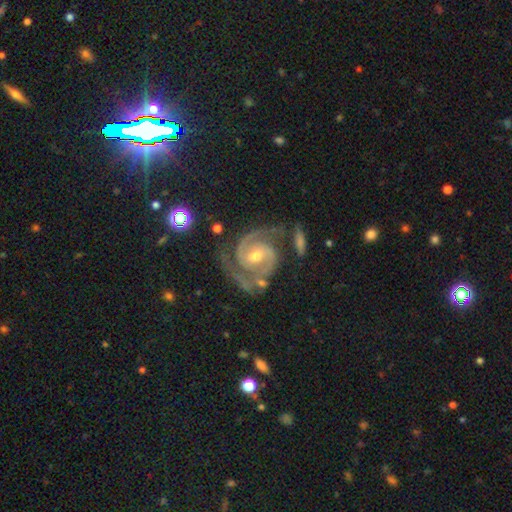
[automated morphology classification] Smooth or featured? Predicted: featured or disk (p=0.92). Edge-on disk? Predicted: no (p=0.98). Bar? Predicted: no (p=0.43). Spiral arms? Predicted: yes (p=0.99). Spiral winding? Predicted: tight (p=0.48). Spiral arm count? Predicted: 2 (p=0.89). Bulge size? Predicted: moderate (p=0.53). Merging? Predicted: none (p=0.70).